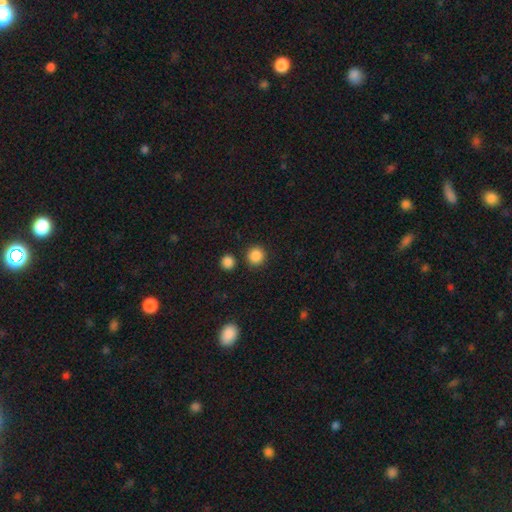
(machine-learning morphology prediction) type=smooth (87%); roundness=round (93%); merging=none (87%).